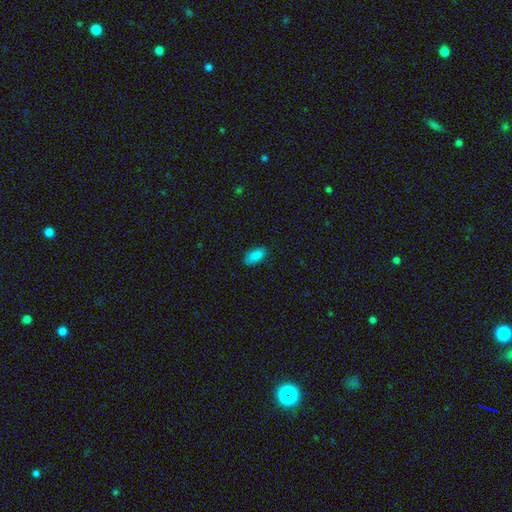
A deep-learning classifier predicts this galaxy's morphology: Smooth or featured: smooth — 88% (star or artifact — 8%)
How rounded: in between — 92% (cigar-shaped — 6%)
Merging: none — 84% (minor disturbance — 12%)